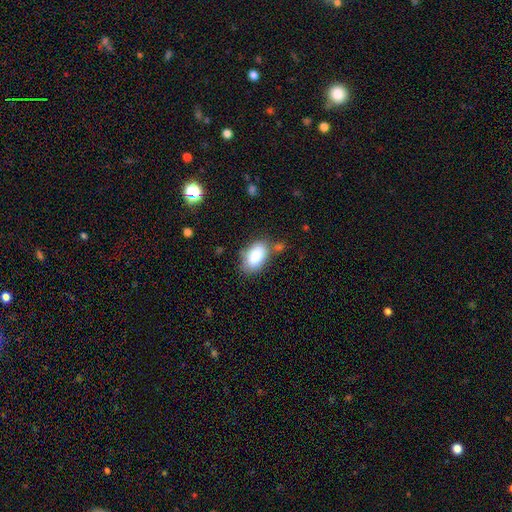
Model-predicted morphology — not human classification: The model was most divided on "merging": none: 70%, minor disturbance: 19%, merger: 6%, major disturbance: 5%. More confident: how rounded — in between (93%); smooth or featured — smooth (86%).